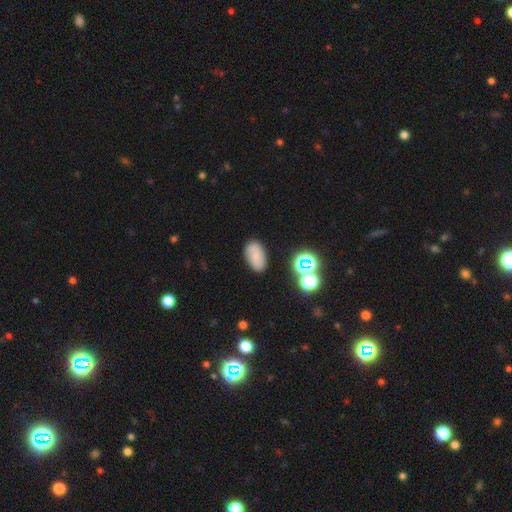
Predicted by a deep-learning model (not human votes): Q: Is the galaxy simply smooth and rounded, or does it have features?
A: smooth — 67%.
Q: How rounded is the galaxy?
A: in between — 91%.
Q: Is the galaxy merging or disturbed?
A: none — 80%.